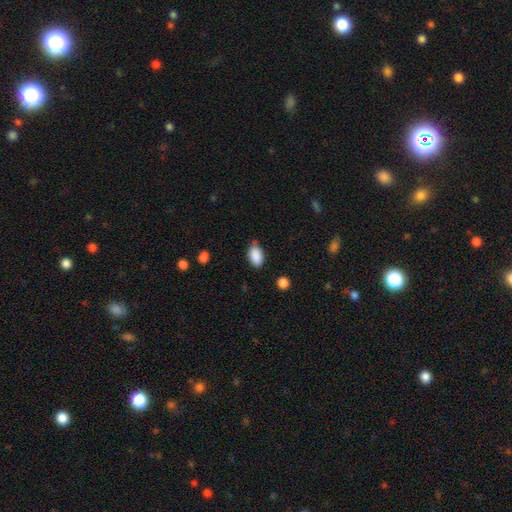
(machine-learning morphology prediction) Smooth or featured? Predicted: smooth (p=0.89). How rounded? Predicted: in between (p=0.92). Merging? Predicted: none (p=0.73).